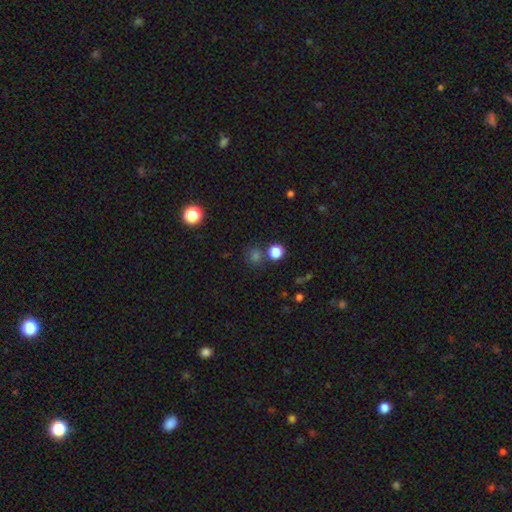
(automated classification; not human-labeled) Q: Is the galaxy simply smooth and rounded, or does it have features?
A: smooth — 65%.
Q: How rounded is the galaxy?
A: round — 88%.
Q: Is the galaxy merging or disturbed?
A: none — 76%.